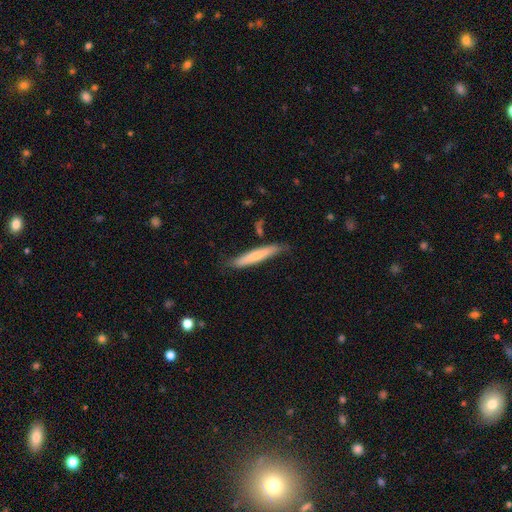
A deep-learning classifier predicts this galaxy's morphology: smooth-or-featured: smooth: 68% | featured or disk: 27% | star or artifact: 5%
  how-rounded: cigar-shaped: 93% | in between: 6% | round: 1%
  merging: none: 78% | minor disturbance: 16% | major disturbance: 3% | merger: 3%